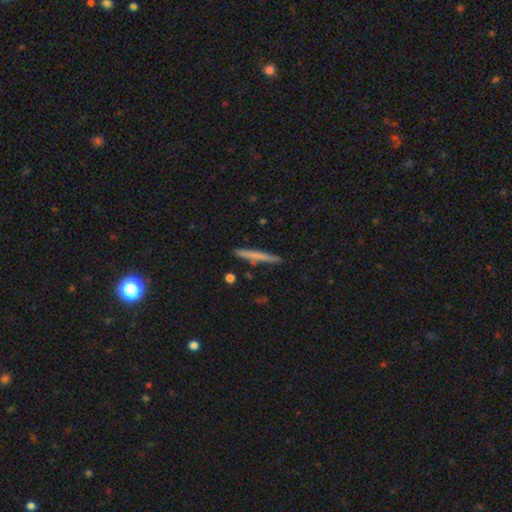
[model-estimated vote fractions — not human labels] This is likely a smooth galaxy (63%). How rounded: clearly cigar-shaped (96%). Merging: clearly none (88%).